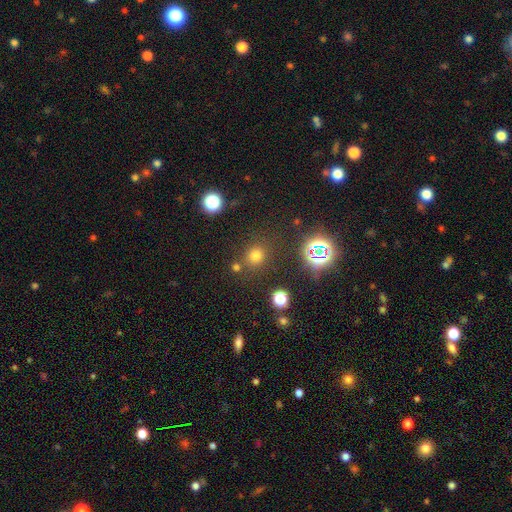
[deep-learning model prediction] smooth-or-featured: smooth: 68% | star or artifact: 26% | featured or disk: 7%
  how-rounded: round: 85% | in between: 14% | cigar-shaped: 1%
  merging: none: 80% | minor disturbance: 9% | merger: 7% | major disturbance: 4%